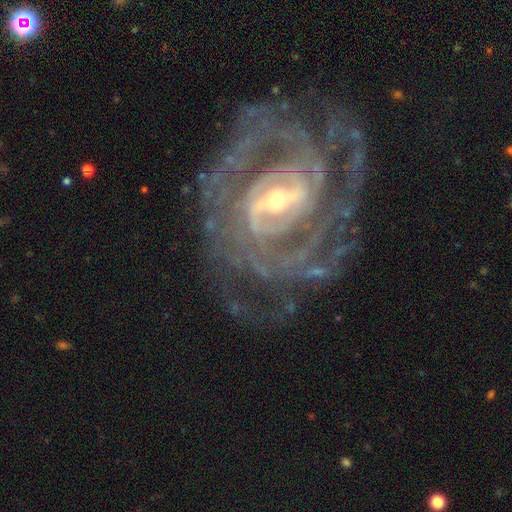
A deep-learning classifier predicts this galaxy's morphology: featured or disk 91%, star or artifact 5%, smooth 3%. Down the decision tree: edge-on disk — no (97%); bar — strong (49%); spiral arms — yes (97%); spiral arm count — can't tell (26%); spiral winding — tight (68%); bulge size — small (56%); merging — none (71%).